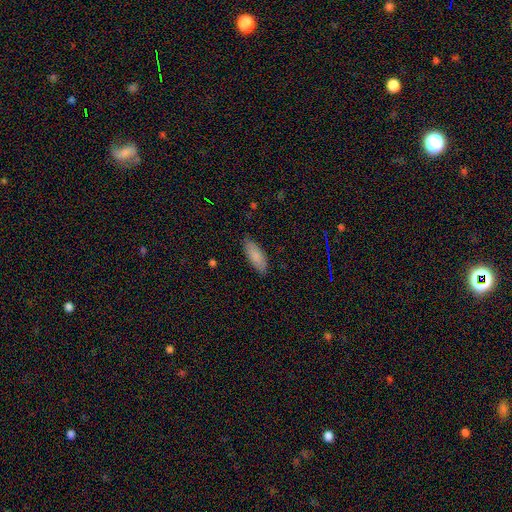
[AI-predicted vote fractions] The model was most divided on "how rounded": in between: 78%, cigar-shaped: 21%, round: 2%. More confident: smooth or featured — smooth (85%); merging — none (84%).